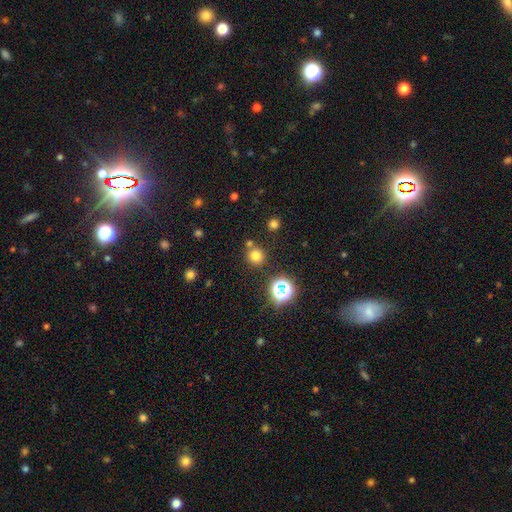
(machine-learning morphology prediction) type=smooth (73%); roundness=round (94%); merging=none (78%).